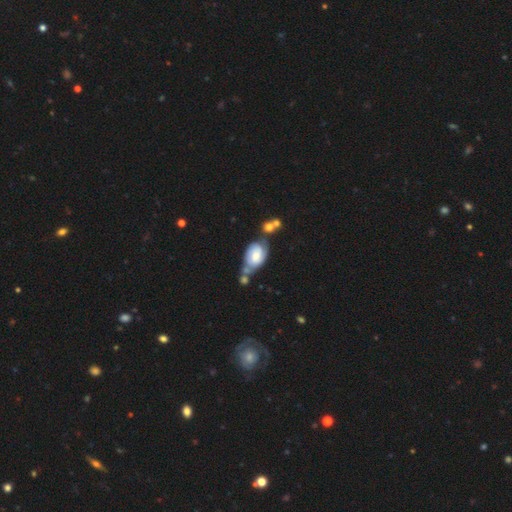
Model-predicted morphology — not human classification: A featured or disk galaxy (49%).

Vote fractions:
- Smooth or featured? featured or disk: 49% / smooth: 44% / star or artifact: 7%
- Merging? merger: 36% / none: 30% / minor disturbance: 22% / major disturbance: 12%